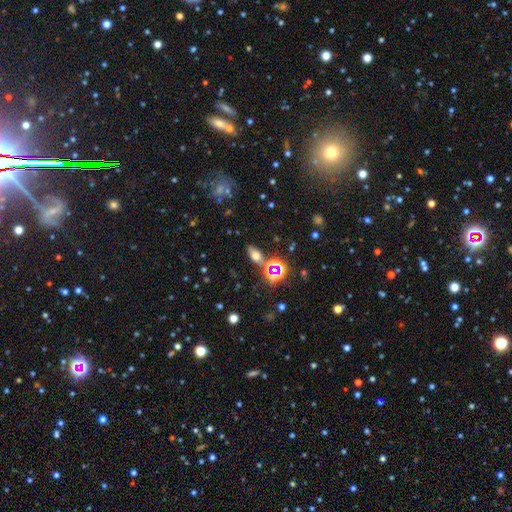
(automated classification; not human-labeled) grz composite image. It shows a smooth galaxy with no disk features (55%) that is in between round and cigar-shaped (80%). Merging: none (76%).